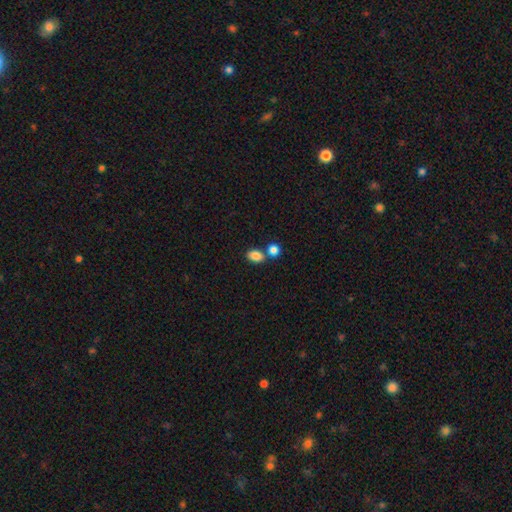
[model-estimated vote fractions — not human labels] smooth_or_featured: smooth (p=0.84) [alt: star or artifact p=0.10]
how_rounded: in between (p=0.74) [alt: round p=0.25]
merging: none (p=0.57) [alt: merger p=0.30]